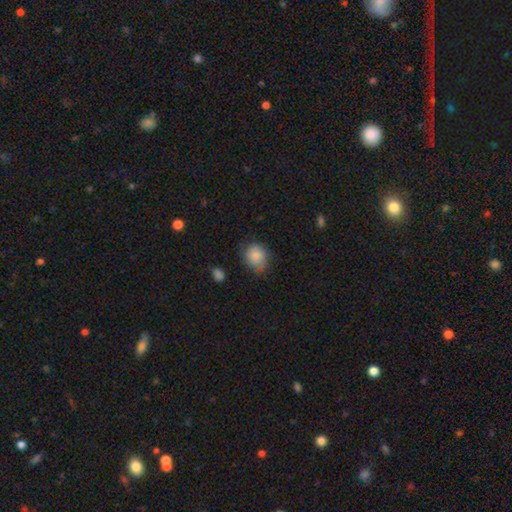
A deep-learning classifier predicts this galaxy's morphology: The model was most divided on "how rounded": round: 60%, in between: 39%, cigar-shaped: 1%. More confident: smooth or featured — smooth (85%); merging — none (66%).